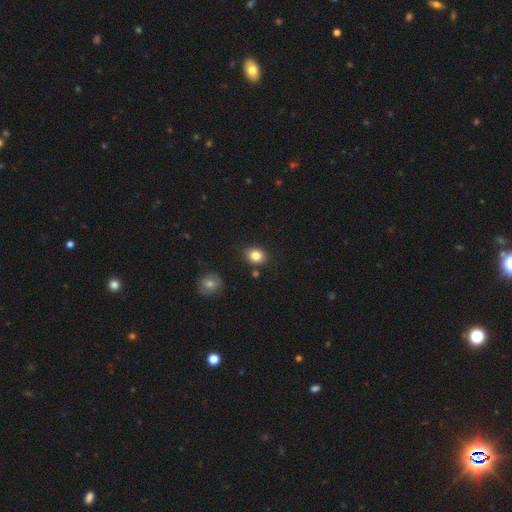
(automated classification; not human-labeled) The model was most divided on "how rounded": round: 63%, in between: 36%, cigar-shaped: 1%. More confident: merging — none (84%); smooth or featured — smooth (83%).